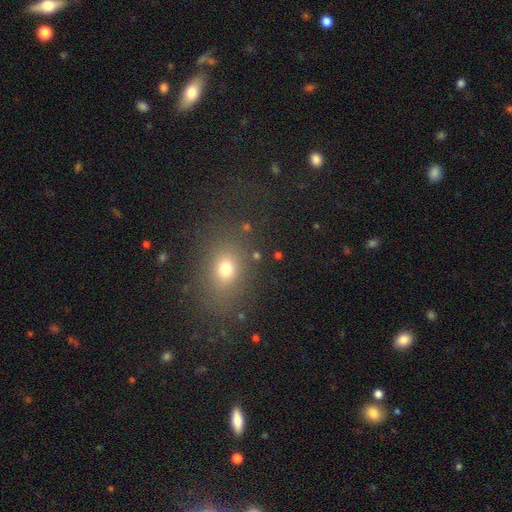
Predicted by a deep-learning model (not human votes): This is likely a smooth galaxy (70%). How rounded: possibly in between (60%). Merging: likely none (79%).